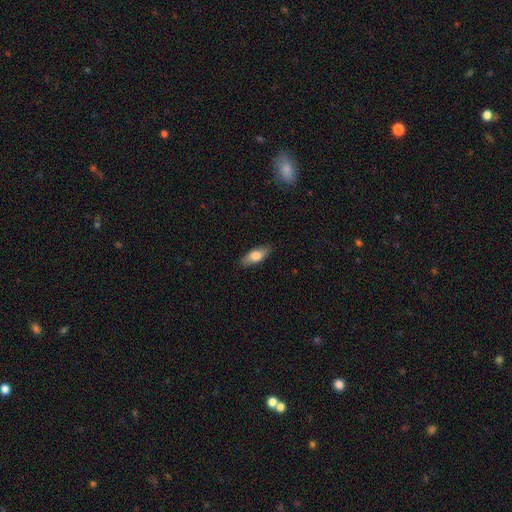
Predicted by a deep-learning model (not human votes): A smooth galaxy with no disk features (72%) that is in between round and cigar-shaped (74%).

Vote fractions:
- Smooth or featured? smooth: 72% / featured or disk: 22% / star or artifact: 6%
- How rounded? in between: 74% / cigar-shaped: 23% / round: 3%
- Merging? none: 86% / minor disturbance: 11% / major disturbance: 2% / merger: 1%